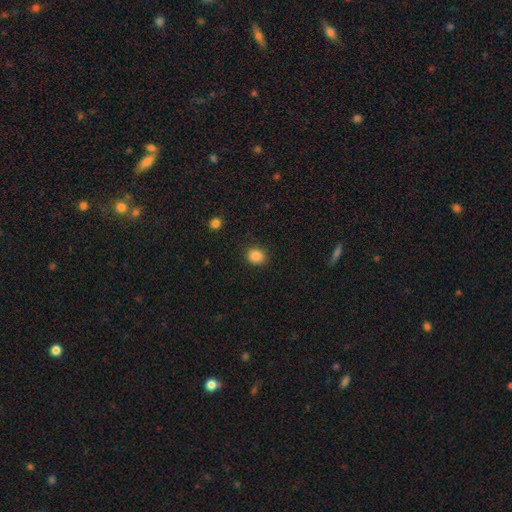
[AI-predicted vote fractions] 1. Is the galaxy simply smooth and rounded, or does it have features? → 87% smooth, 10% star or artifact, 3% featured or disk.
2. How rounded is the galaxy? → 71% round, 28% in between, 1% cigar-shaped.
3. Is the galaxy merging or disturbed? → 86% none, 10% minor disturbance, 3% major disturbance, 1% merger.